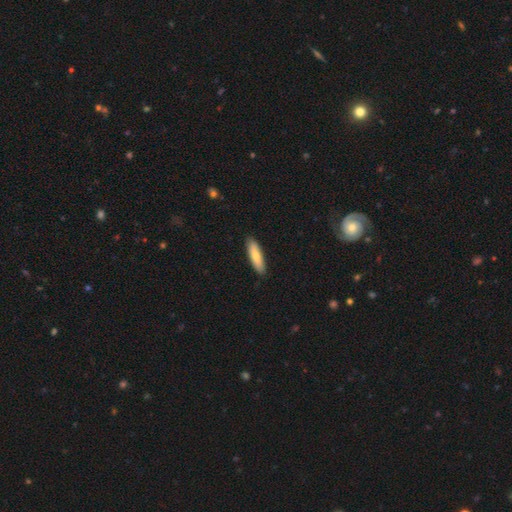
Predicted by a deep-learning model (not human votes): Smooth or featured?
  - smooth: 73% *
  - featured or disk: 22%
  - star or artifact: 5%
How rounded?
  - cigar-shaped: 66% *
  - in between: 33%
  - round: 2%
Merging?
  - none: 89% *
  - minor disturbance: 9%
  - major disturbance: 2%
  - merger: 1%